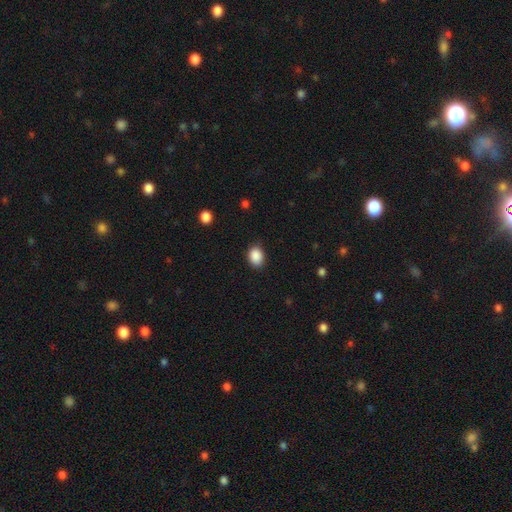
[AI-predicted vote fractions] Smooth or featured: smooth — 89% (star or artifact — 8%)
How rounded: in between — 66% (round — 33%)
Merging: none — 84% (minor disturbance — 13%)